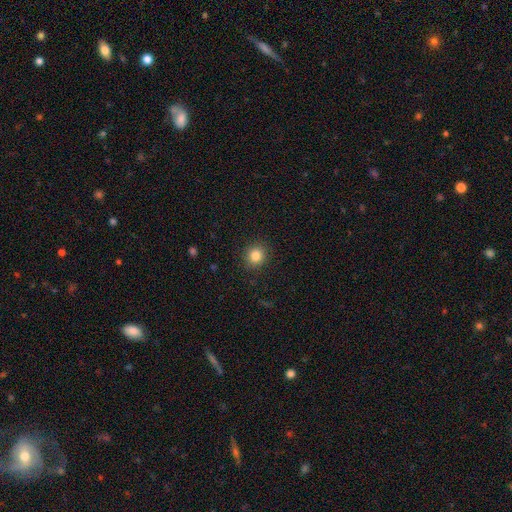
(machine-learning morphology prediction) smooth_or_featured: smooth (p=0.84) [alt: star or artifact p=0.11]
how_rounded: round (p=0.85) [alt: in between p=0.14]
merging: none (p=0.89) [alt: minor disturbance p=0.07]